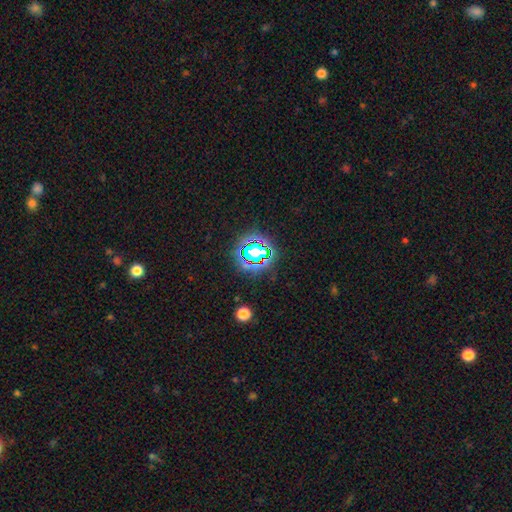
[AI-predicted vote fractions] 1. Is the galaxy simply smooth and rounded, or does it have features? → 72% star or artifact, 19% smooth, 10% featured or disk.